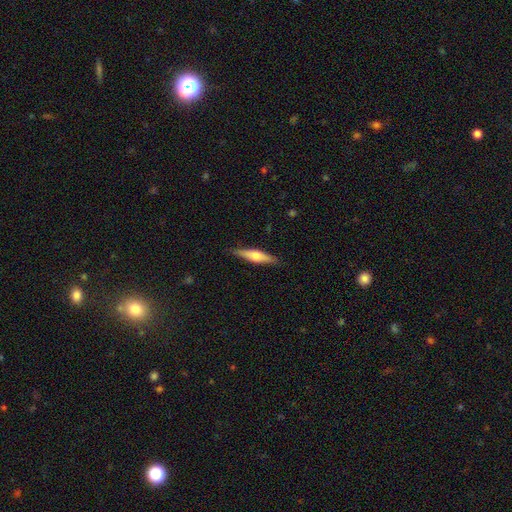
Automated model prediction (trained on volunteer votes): Morphology: type=featured or disk (52%); edge-on=yes (94%); merging=none (87%).